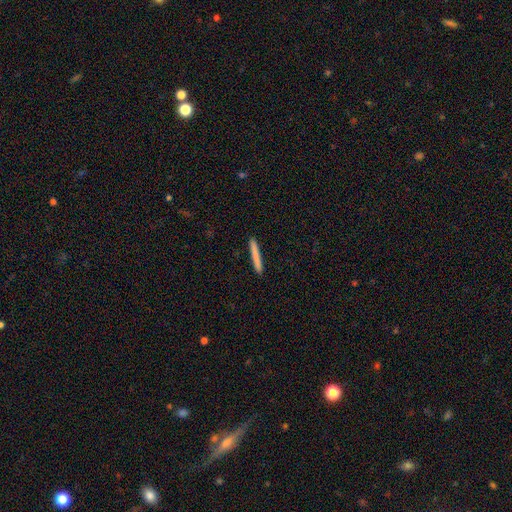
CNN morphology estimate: Smooth or featured? Predicted: smooth (p=0.79). How rounded? Predicted: cigar-shaped (p=0.97). Merging? Predicted: none (p=0.92).